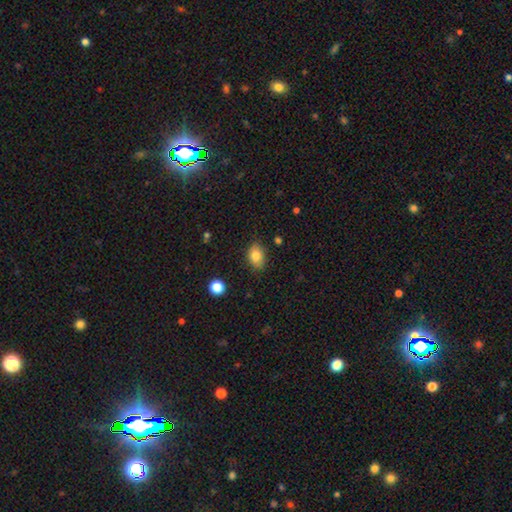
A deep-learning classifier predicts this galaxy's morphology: smooth_or_featured: smooth (p=0.82) [alt: star or artifact p=0.09]
how_rounded: in between (p=0.81) [alt: round p=0.18]
merging: none (p=0.82) [alt: minor disturbance p=0.14]